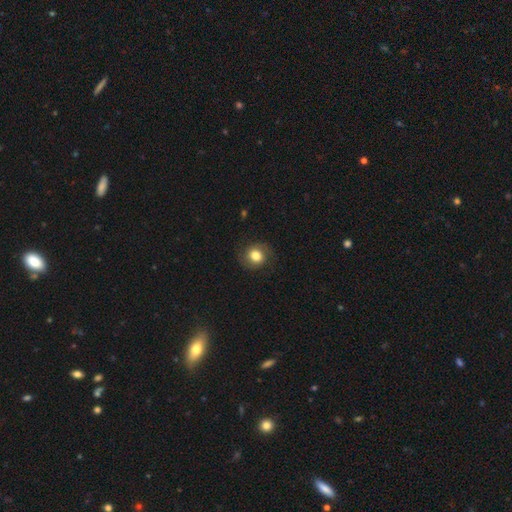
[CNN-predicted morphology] smooth 72%, featured or disk 19%, star or artifact 9%. Down the decision tree: how rounded — round (75%); merging — none (81%).